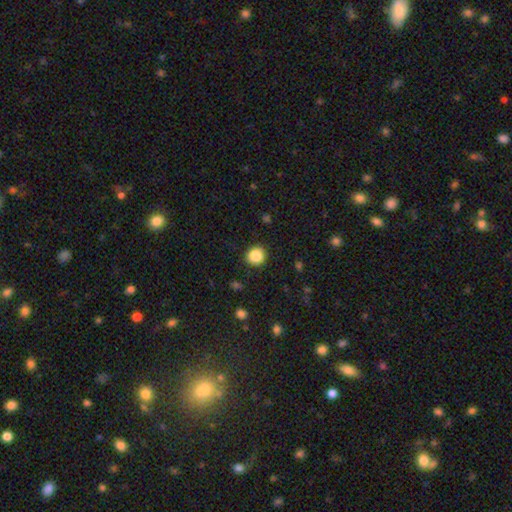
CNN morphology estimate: Q: Smooth or featured?
A: smooth (87%); runner-up: star or artifact (10%)
Q: How rounded?
A: round (84%); runner-up: in between (15%)
Q: Merging?
A: none (88%); runner-up: minor disturbance (8%)